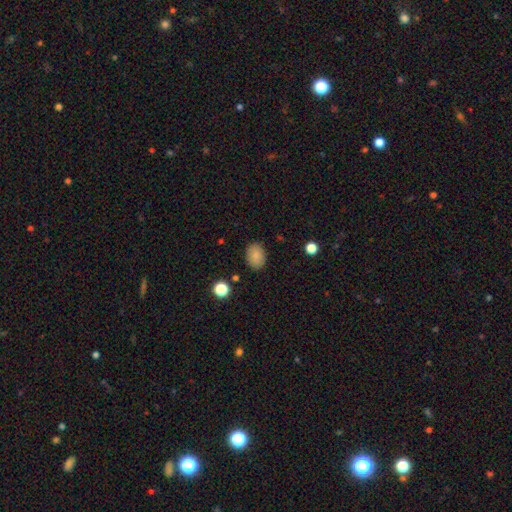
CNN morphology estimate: This appears to be a smooth galaxy with no disk features (85%) that is in between round and cigar-shaped (70%). Merging: none (86%).